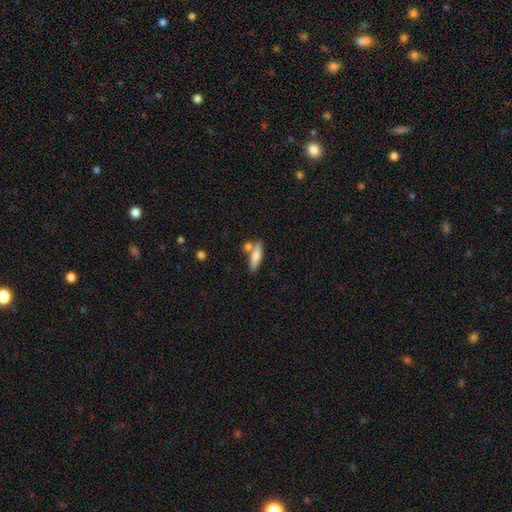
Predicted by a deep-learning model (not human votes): Smooth or featured? smooth (75%)
How rounded? cigar-shaped (59%)
Merging? none (62%)